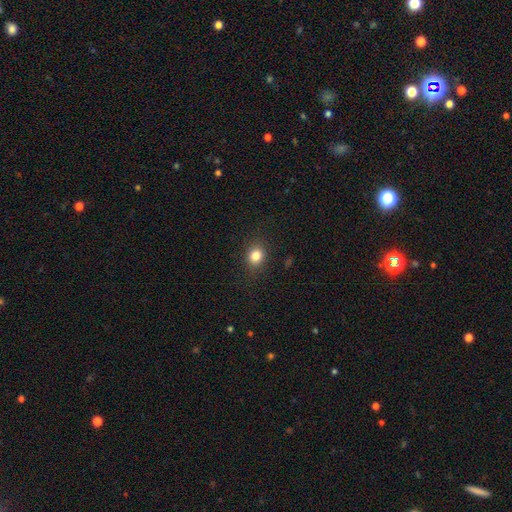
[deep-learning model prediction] Overall: smooth (83%). How rounded: round (64%; in between 35%). Merging: none (87%).